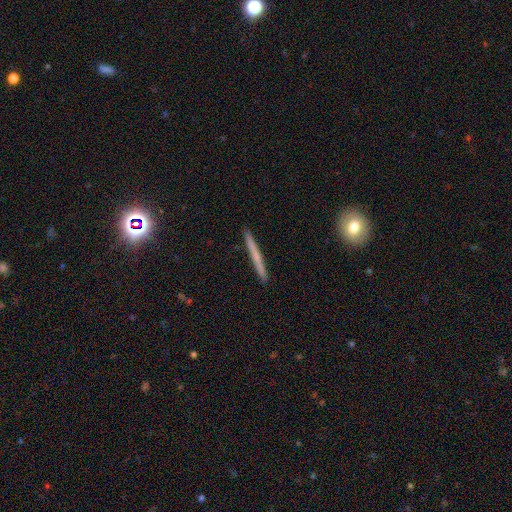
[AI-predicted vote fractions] A smooth galaxy with no disk features (51%) that is cigar-shaped (96%).

Vote fractions:
- Smooth or featured? smooth: 51% / featured or disk: 41% / star or artifact: 8%
- How rounded? cigar-shaped: 96% / in between: 2% / round: 2%
- Merging? none: 92% / minor disturbance: 5% / major disturbance: 1% / merger: 1%